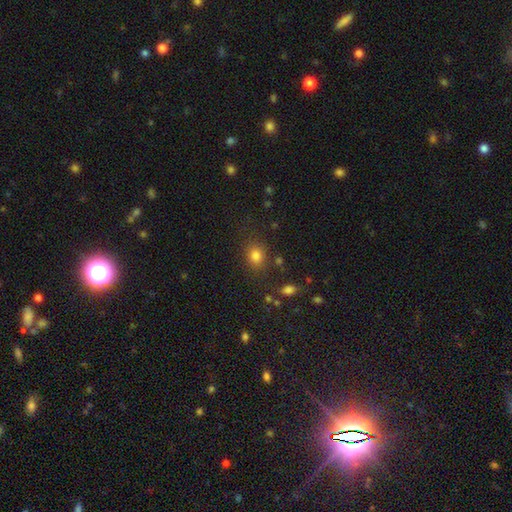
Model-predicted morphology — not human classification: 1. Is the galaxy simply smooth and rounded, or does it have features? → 81% smooth, 13% star or artifact, 6% featured or disk.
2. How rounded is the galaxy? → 59% round, 40% in between, 1% cigar-shaped.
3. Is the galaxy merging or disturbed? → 81% none, 11% minor disturbance, 4% major disturbance, 4% merger.